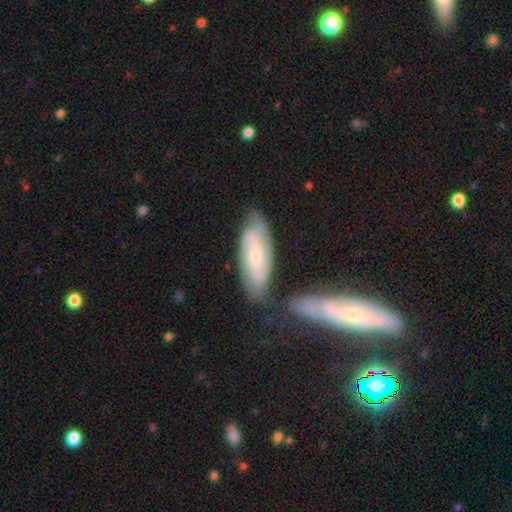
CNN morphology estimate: A featured or disk galaxy (67%) with no bar (50%), 2 (55%) tight (53%) spiral arms (92%) and a small central bulge (58%).

Vote fractions:
- Smooth or featured? featured or disk: 67% / smooth: 27% / star or artifact: 6%
- Edge-on disk? no: 88% / yes: 12%
- Bar? no: 50% / weak: 39% / strong: 11%
- Spiral arms? yes: 92% / no: 8%
- Spiral winding? tight: 53% / medium: 36% / loose: 10%
- Spiral arm count? 2: 55% / can't tell: 27% / 3: 11% / 4: 3% / 1: 3% / more than 4: 2%
- Bulge size? small: 58% / moderate: 33% / none: 5% / large: 3% / dominant: 1%
- Merging? none: 64% / minor disturbance: 16% / merger: 15% / major disturbance: 5%